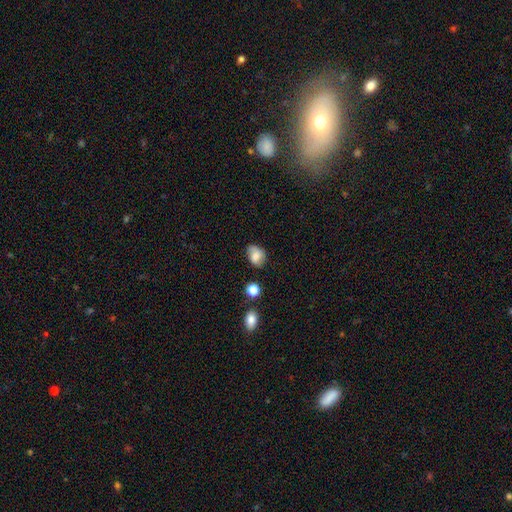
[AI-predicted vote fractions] Smooth or featured? Predicted: smooth (p=0.70). How rounded? Predicted: in between (p=0.68). Merging? Predicted: none (p=0.63).